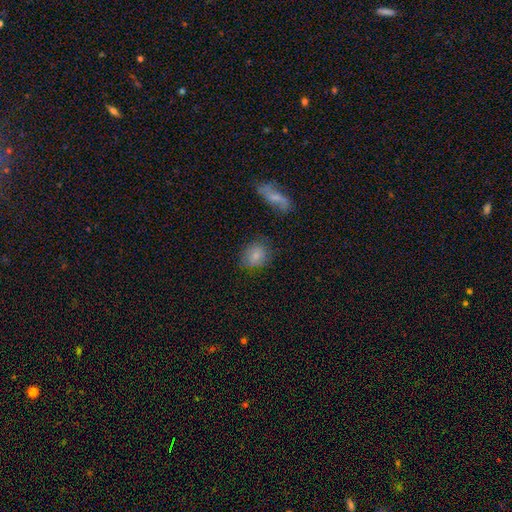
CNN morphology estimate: The model was most divided on "how rounded": round: 63%, in between: 35%, cigar-shaped: 2%. More confident: smooth or featured — smooth (80%); merging — none (77%).